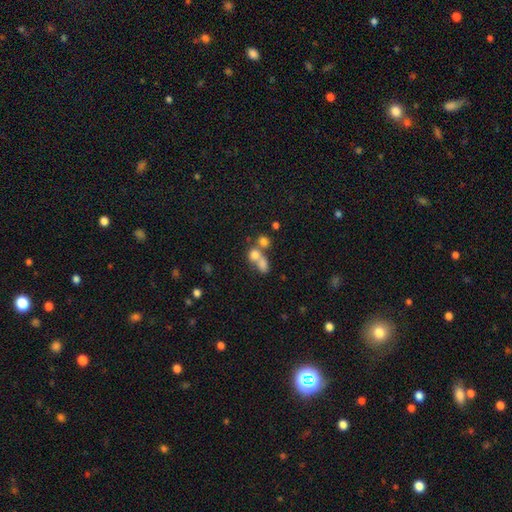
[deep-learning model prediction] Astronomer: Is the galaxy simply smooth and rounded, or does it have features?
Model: smooth — 69%.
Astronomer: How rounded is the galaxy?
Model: round — 66%.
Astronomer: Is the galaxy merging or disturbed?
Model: merger — 57%.